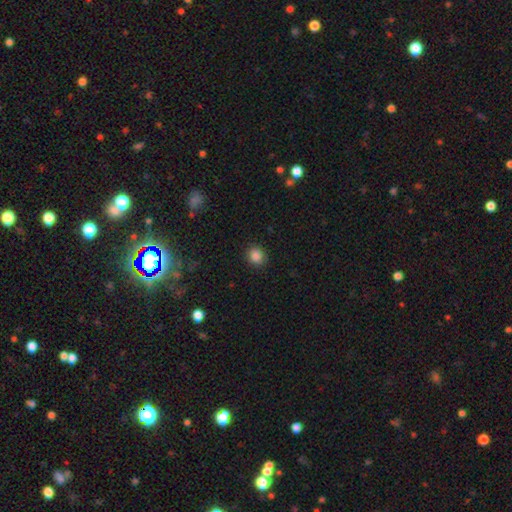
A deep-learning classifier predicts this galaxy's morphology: Smooth or featured? Predicted: smooth (p=0.86). How rounded? Predicted: round (p=0.78). Merging? Predicted: none (p=0.88).